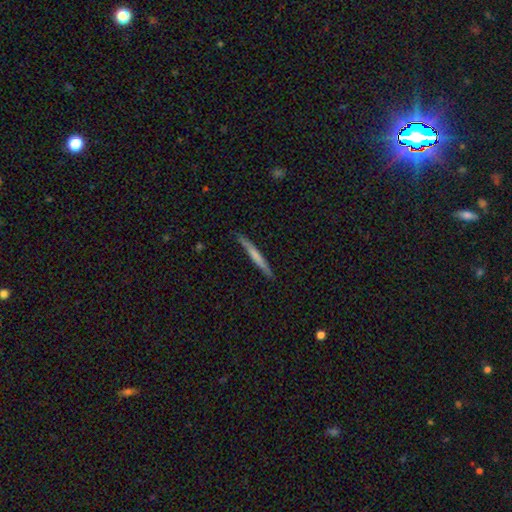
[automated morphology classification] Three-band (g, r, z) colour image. It shows a smooth galaxy with no disk features (59%) that is cigar-shaped (96%). Merging: none (87%).